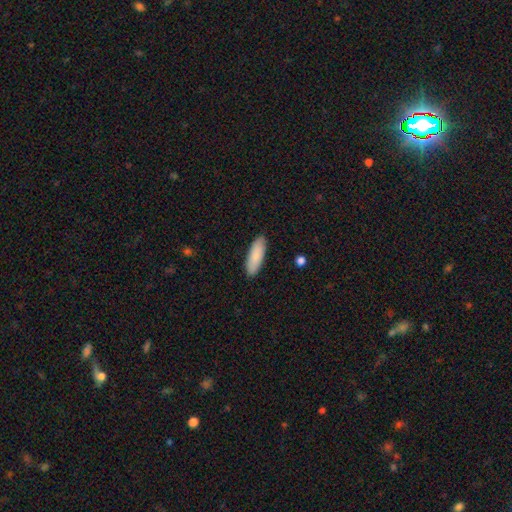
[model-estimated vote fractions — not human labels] A smooth galaxy with no disk features (87%) that is in between round and cigar-shaped (58%).

Vote fractions:
- Smooth or featured? smooth: 87% / featured or disk: 7% / star or artifact: 5%
- How rounded? in between: 58% / cigar-shaped: 40% / round: 2%
- Merging? none: 89% / minor disturbance: 8% / major disturbance: 2% / merger: 1%